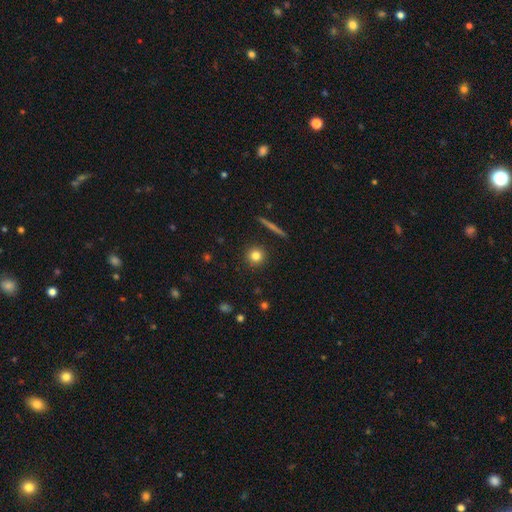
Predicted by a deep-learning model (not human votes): Smooth or featured?
  - smooth: 79% *
  - star or artifact: 11%
  - featured or disk: 10%
How rounded?
  - round: 94% *
  - in between: 4%
  - cigar-shaped: 1%
Merging?
  - none: 91% *
  - minor disturbance: 5%
  - major disturbance: 2%
  - merger: 1%